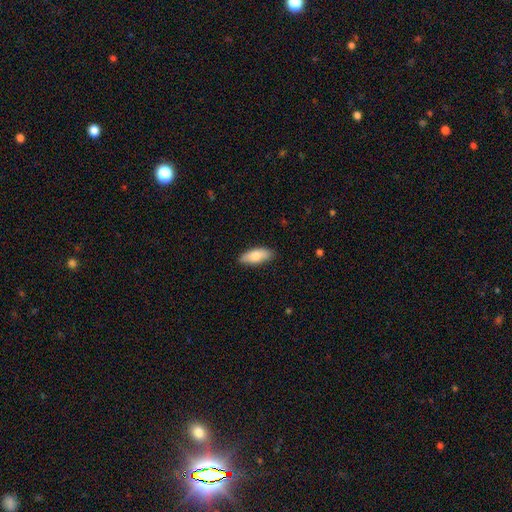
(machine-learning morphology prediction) Overall: smooth (80%). How rounded: in between (77%). Merging: none (87%).